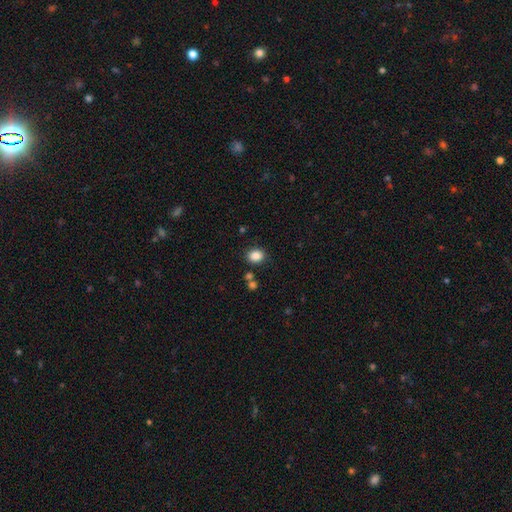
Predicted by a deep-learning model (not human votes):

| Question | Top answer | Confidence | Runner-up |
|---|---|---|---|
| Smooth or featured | smooth | 86% | star or artifact (10%) |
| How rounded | round | 52% | in between (47%) |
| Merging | none | 81% | minor disturbance (11%) |